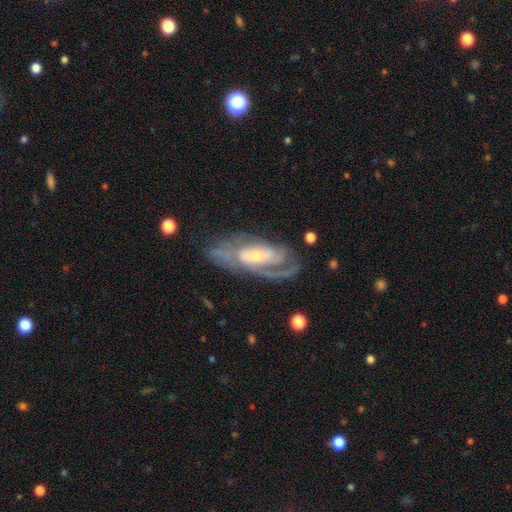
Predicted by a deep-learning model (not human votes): Morphology: type=featured or disk (86%); edge-on=no (93%); bar=no (53%); spiral arms=yes (94%); winding=tight (55%); arm count=2 (44%); bulge=small (59%); merging=none (65%).